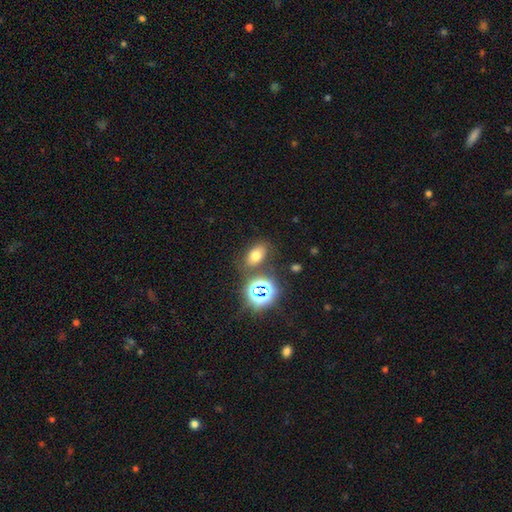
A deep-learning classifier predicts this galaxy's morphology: Smooth or featured?
  - smooth: 64% *
  - star or artifact: 24%
  - featured or disk: 11%
How rounded?
  - in between: 80% *
  - round: 17%
  - cigar-shaped: 3%
Merging?
  - none: 78% *
  - minor disturbance: 11%
  - merger: 8%
  - major disturbance: 4%